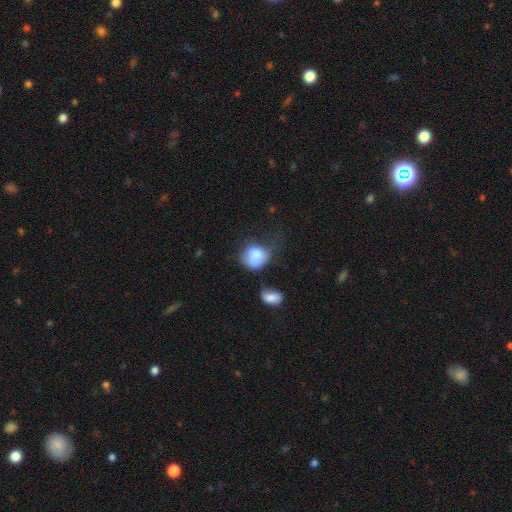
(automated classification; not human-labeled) This appears to be a smooth galaxy with no disk features (81%) that is round (63%). Merging: minor disturbance (32%).